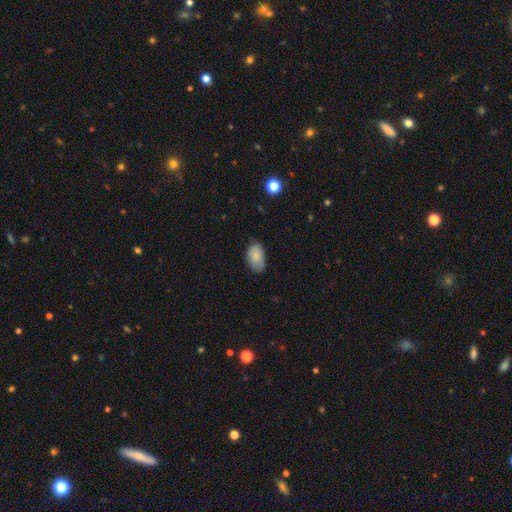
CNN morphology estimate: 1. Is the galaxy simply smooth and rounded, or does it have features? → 83% smooth, 10% featured or disk, 8% star or artifact.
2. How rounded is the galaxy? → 92% in between, 6% round, 1% cigar-shaped.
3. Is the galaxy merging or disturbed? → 68% none, 26% minor disturbance, 5% major disturbance, 2% merger.